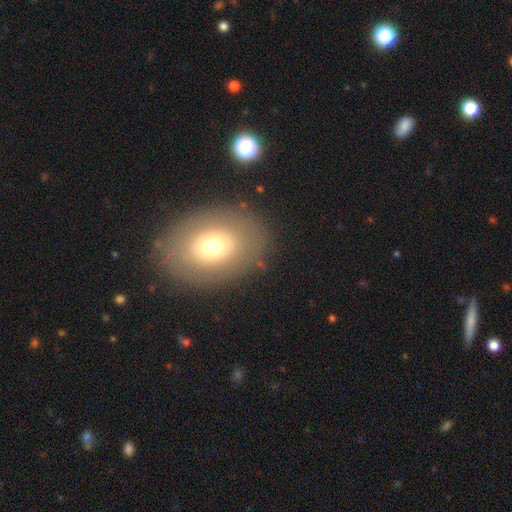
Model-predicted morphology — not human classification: smooth-or-featured: smooth: 55% | featured or disk: 32% | star or artifact: 14%
  how-rounded: in between: 79% | round: 20% | cigar-shaped: 1%
  merging: none: 87% | minor disturbance: 9% | major disturbance: 3% | merger: 2%